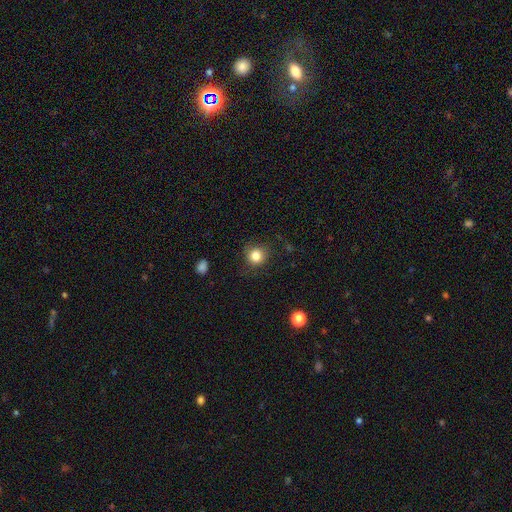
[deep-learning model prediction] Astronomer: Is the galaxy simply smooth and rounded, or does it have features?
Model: smooth — 82%.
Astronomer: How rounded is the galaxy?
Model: round — 88%.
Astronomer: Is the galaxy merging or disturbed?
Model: none — 81%.